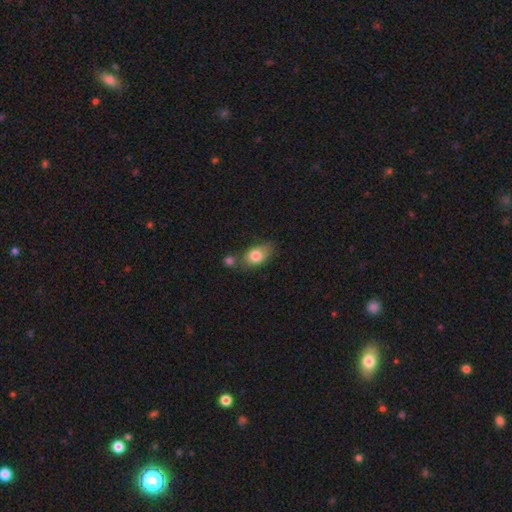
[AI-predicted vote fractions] Q: Smooth or featured?
A: smooth (80%); runner-up: featured or disk (13%)
Q: How rounded?
A: in between (80%); runner-up: round (17%)
Q: Merging?
A: none (49%); runner-up: merger (22%)